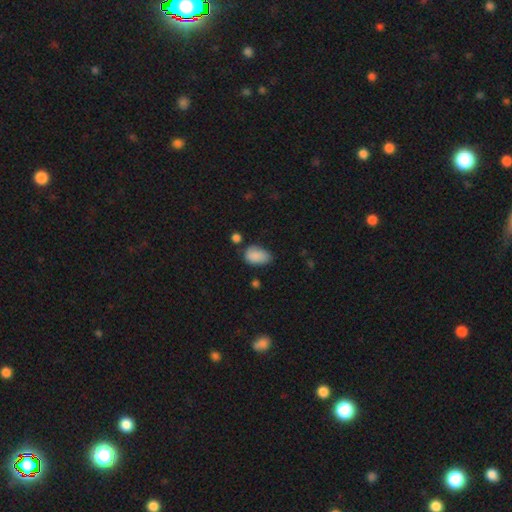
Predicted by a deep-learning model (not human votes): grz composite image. It shows a smooth galaxy with no disk features (86%) that is in between round and cigar-shaped (89%). Merging: none (50%).